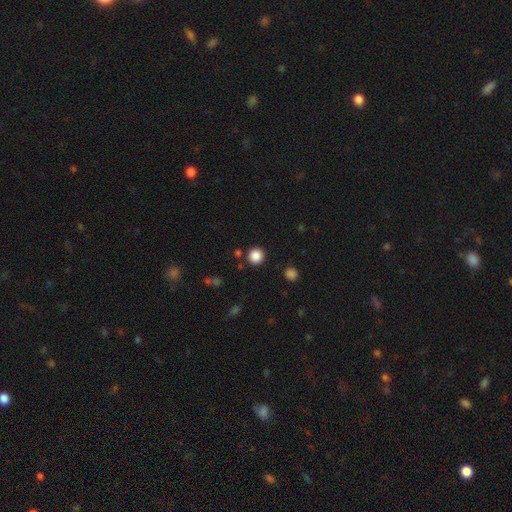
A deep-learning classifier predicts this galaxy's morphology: Q: Smooth or featured?
A: smooth (86%); runner-up: star or artifact (11%)
Q: How rounded?
A: round (94%); runner-up: in between (5%)
Q: Merging?
A: none (89%); runner-up: minor disturbance (6%)